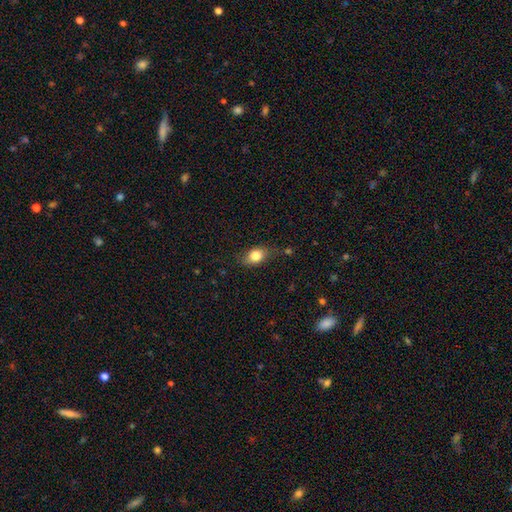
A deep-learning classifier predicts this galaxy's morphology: Q: Smooth or featured?
A: smooth (81%); runner-up: featured or disk (11%)
Q: How rounded?
A: in between (76%); runner-up: round (20%)
Q: Merging?
A: none (69%); runner-up: minor disturbance (22%)